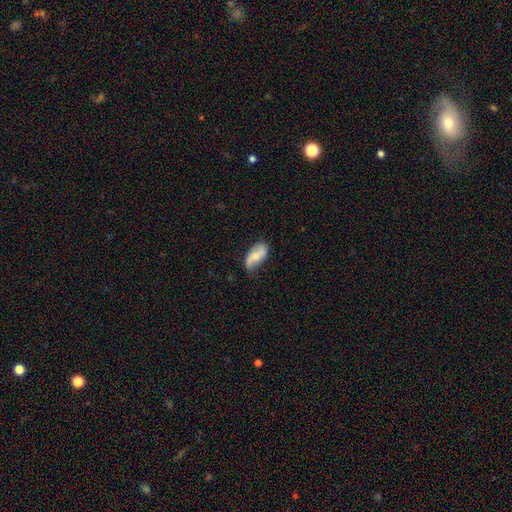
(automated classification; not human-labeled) Overall: smooth (50%; featured or disk 43%). Merging: none (63%; minor disturbance 28%).